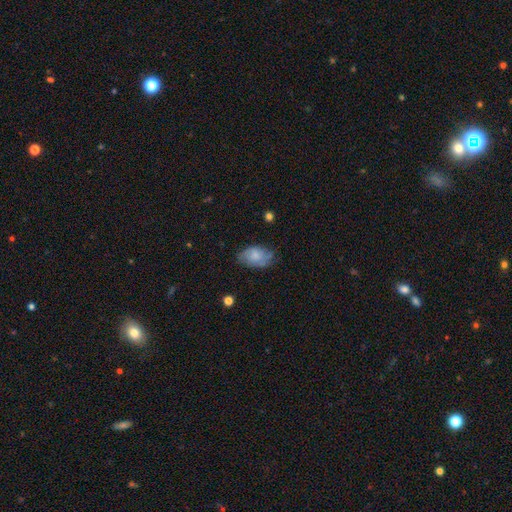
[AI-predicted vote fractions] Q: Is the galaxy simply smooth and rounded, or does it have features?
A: smooth — 67%.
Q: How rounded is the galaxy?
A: in between — 91%.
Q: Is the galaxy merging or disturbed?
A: none — 61%.